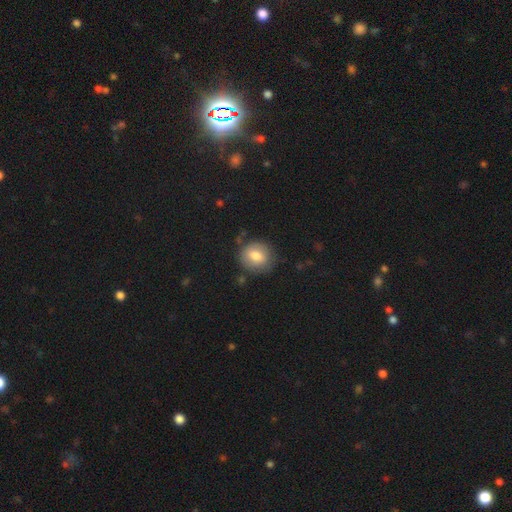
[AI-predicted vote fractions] Smooth or featured: smooth — 76% (featured or disk — 16%)
How rounded: round — 81% (in between — 18%)
Merging: none — 79% (minor disturbance — 15%)